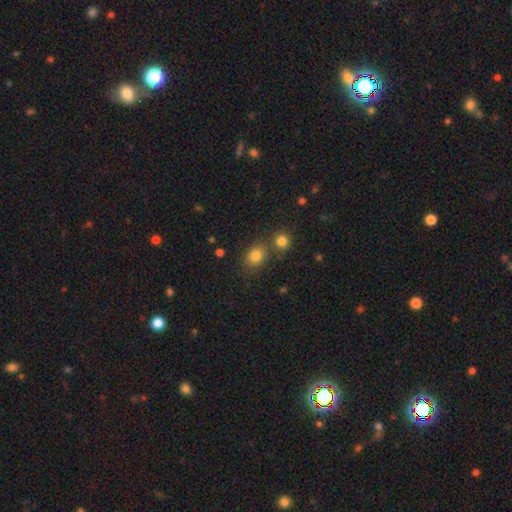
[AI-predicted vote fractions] The model was most divided on "how rounded": in between: 53%, round: 46%, cigar-shaped: 1%. More confident: smooth or featured — smooth (80%); merging — none (62%).